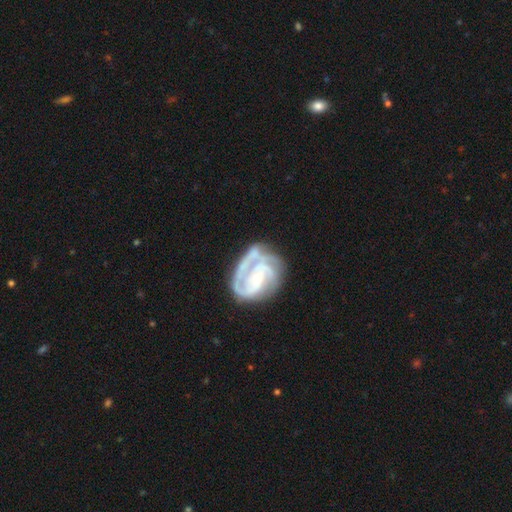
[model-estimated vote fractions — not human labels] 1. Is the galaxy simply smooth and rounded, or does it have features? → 87% featured or disk, 8% smooth, 5% star or artifact.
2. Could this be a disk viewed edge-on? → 98% no, 2% yes.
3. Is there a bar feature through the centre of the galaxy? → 57% no, 31% weak, 11% strong.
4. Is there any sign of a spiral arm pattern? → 95% yes, 5% no.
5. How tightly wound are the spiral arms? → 53% tight, 38% medium, 9% loose.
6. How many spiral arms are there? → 37% 3, 29% 2, 17% can't tell, 7% 4, 6% 1, 5% more than 4.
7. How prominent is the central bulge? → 62% small, 33% moderate, 2% large, 2% none, 1% dominant.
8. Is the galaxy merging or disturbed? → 53% none, 24% minor disturbance, 18% major disturbance, 5% merger.